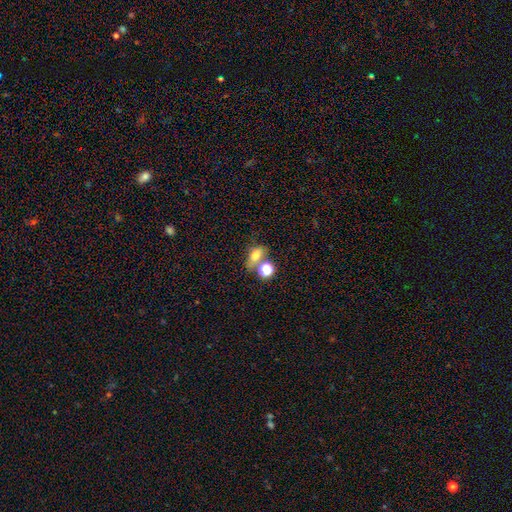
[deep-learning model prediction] A smooth galaxy with no disk features (70%) that is in between round and cigar-shaped (71%). Merging: none (49%).